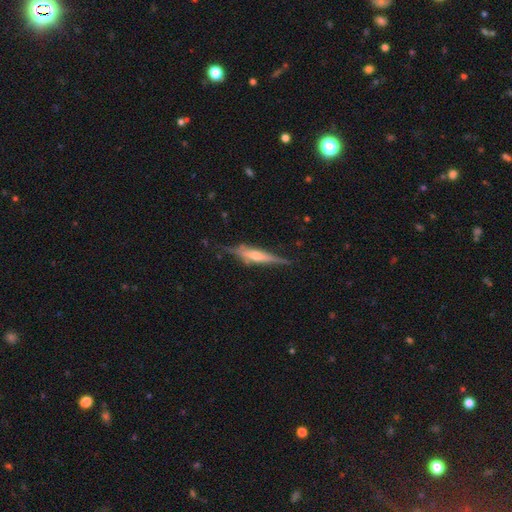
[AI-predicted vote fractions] featured or disk 66%, smooth 27%, star or artifact 7%. Down the decision tree: edge-on disk — yes (94%); edge-on bulge — rounded (61%); merging — none (71%).